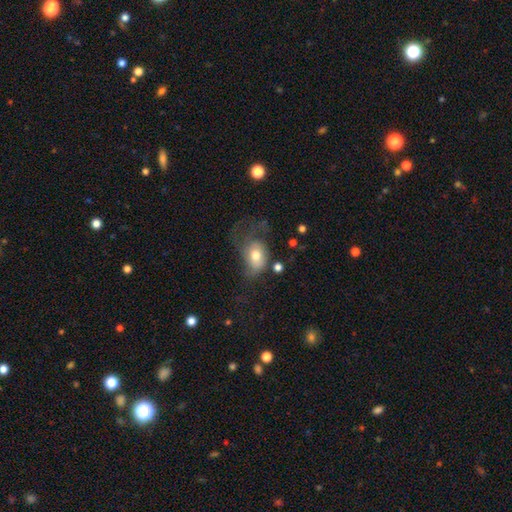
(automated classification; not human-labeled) Smooth or featured?
  - smooth: 63% *
  - featured or disk: 28%
  - star or artifact: 9%
How rounded?
  - in between: 69% *
  - round: 30%
  - cigar-shaped: 1%
Merging?
  - major disturbance: 48% *
  - none: 26%
  - minor disturbance: 22%
  - merger: 5%